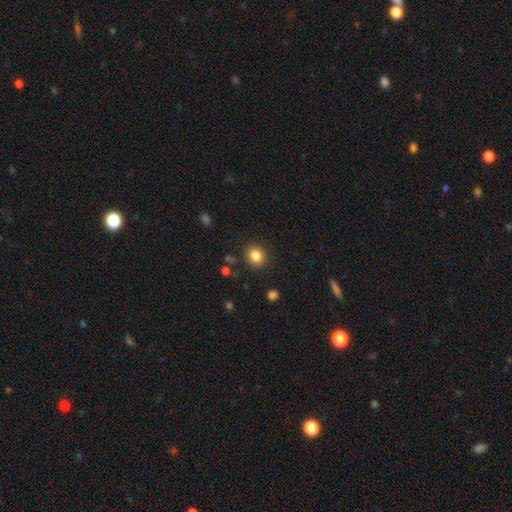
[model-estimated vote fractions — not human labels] smooth_or_featured: smooth (p=0.84) [alt: star or artifact p=0.11]
how_rounded: round (p=0.80) [alt: in between p=0.19]
merging: none (p=0.88) [alt: minor disturbance p=0.07]